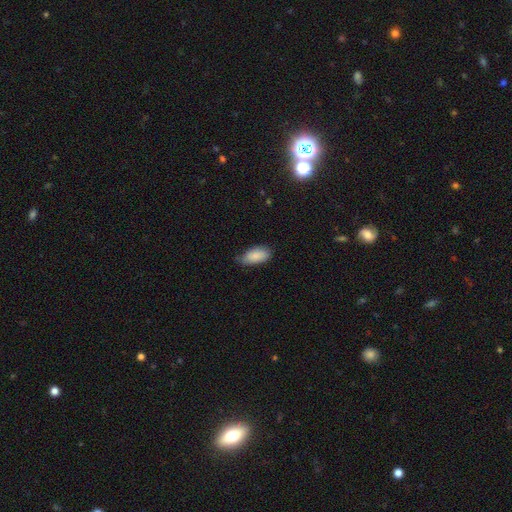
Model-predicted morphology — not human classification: The model was most divided on "merging": none: 57%, minor disturbance: 36%, major disturbance: 5%, merger: 1%. More confident: how rounded — in between (92%); smooth or featured — smooth (87%).